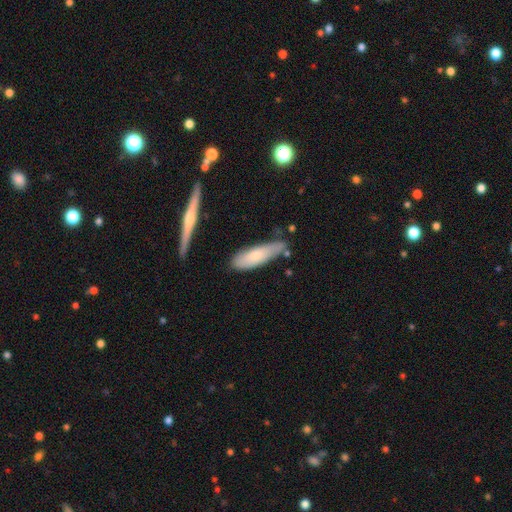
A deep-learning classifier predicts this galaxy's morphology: This is likely a smooth galaxy (66%). How rounded: possibly cigar-shaped (59%). Merging: likely none (64%).